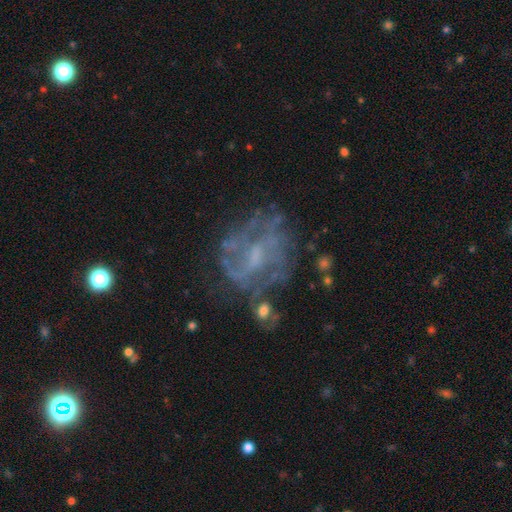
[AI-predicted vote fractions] Smooth or featured: featured or disk — 74% (smooth — 14%)
Edge-on disk: no — 97% (yes — 3%)
Bar: weak — 46% (no — 42%)
Spiral arms: yes — 62% (no — 38%)
Bulge size: small — 42% (none — 31%)
Merging: none — 57% (major disturbance — 19%)